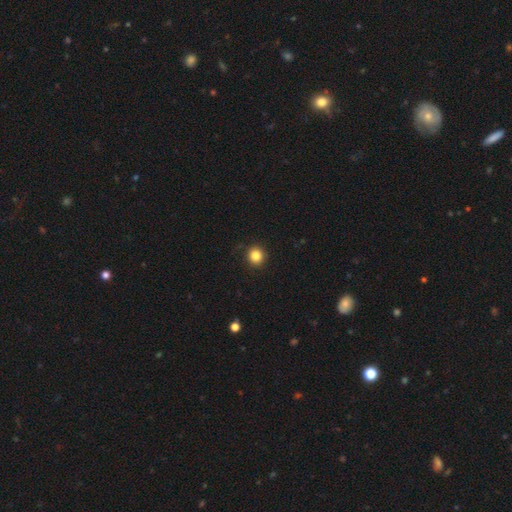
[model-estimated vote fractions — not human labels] This appears to be a smooth galaxy with no disk features (84%) that is round (92%). Merging: none (91%).